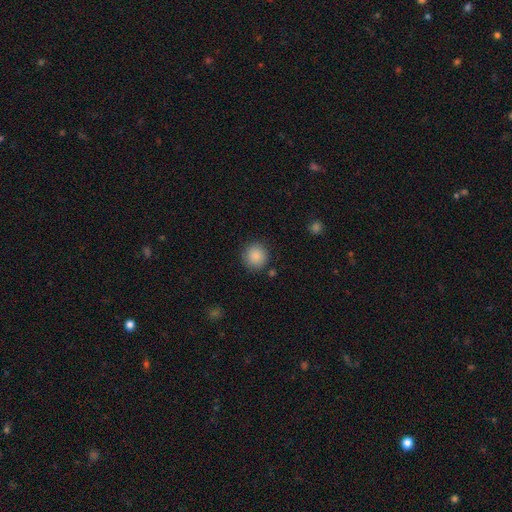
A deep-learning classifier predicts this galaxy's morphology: Overall: smooth (88%). How rounded: round (93%). Merging: none (87%).